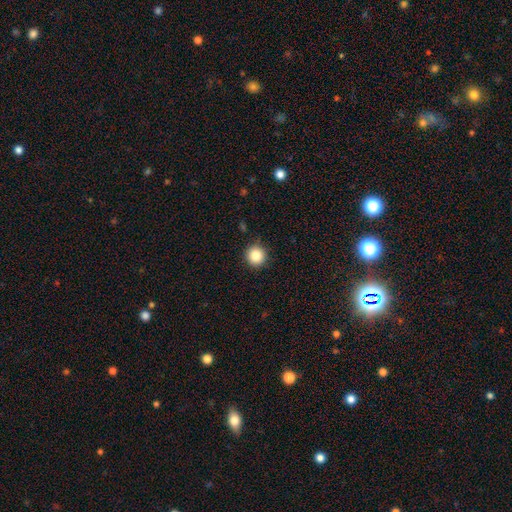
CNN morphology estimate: A smooth galaxy with no disk features (84%) that is round (95%). Merging: none (91%).